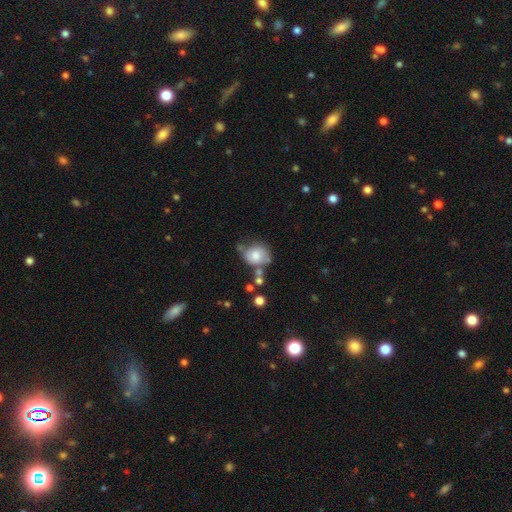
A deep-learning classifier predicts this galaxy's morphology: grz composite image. It shows a smooth galaxy with no disk features (70%) that is round (71%). Merging: none (45%).